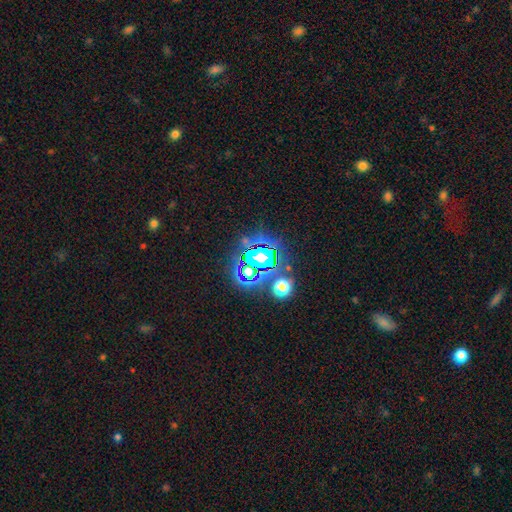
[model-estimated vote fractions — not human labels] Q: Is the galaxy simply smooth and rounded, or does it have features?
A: star or artifact — 77%.